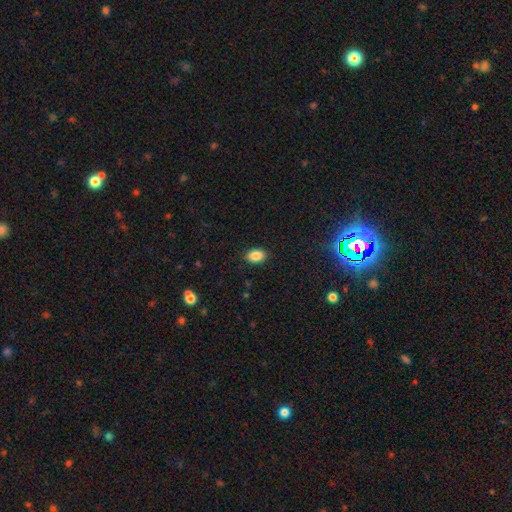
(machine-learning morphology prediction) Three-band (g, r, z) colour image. It shows a smooth galaxy with no disk features (88%) that is in between round and cigar-shaped (84%). Merging: none (88%).